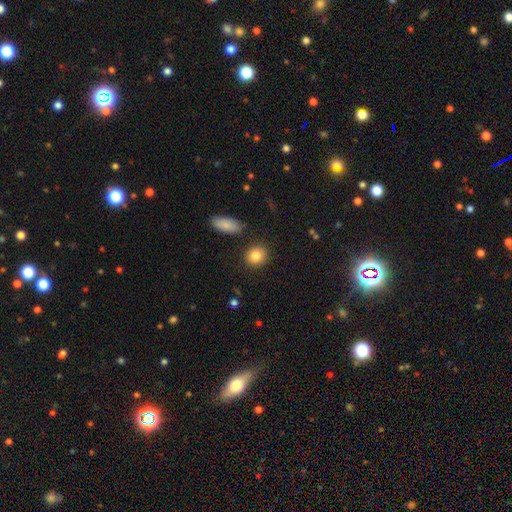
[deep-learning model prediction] The model was most divided on "how rounded": round: 78%, in between: 21%, cigar-shaped: 1%. More confident: merging — none (87%); smooth or featured — smooth (86%).